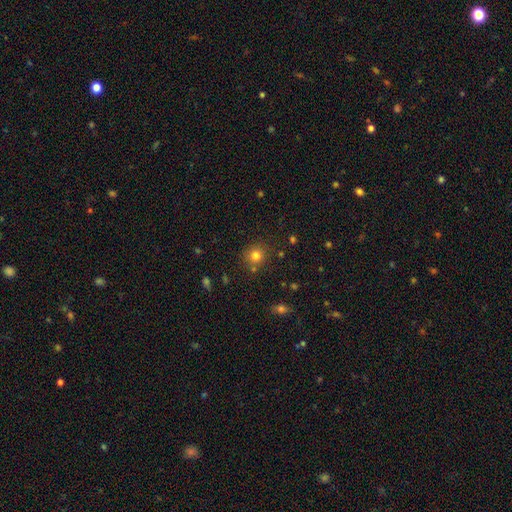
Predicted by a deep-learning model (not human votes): Smooth or featured?
  - smooth: 79% *
  - star or artifact: 14%
  - featured or disk: 7%
How rounded?
  - round: 89% *
  - in between: 10%
  - cigar-shaped: 1%
Merging?
  - none: 80% *
  - minor disturbance: 10%
  - merger: 6%
  - major disturbance: 3%